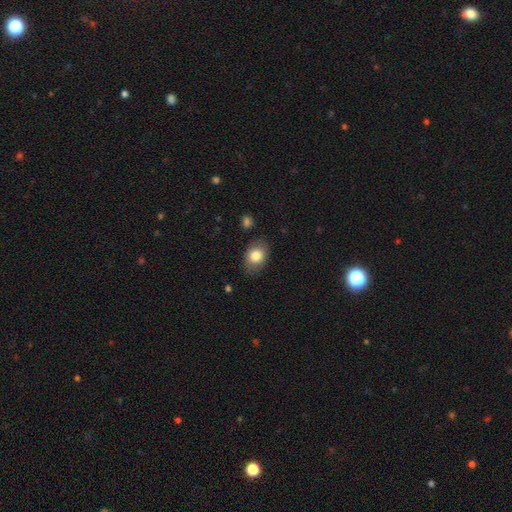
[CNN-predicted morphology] smooth_or_featured: smooth (p=0.82) [alt: featured or disk p=0.11]
how_rounded: in between (p=0.76) [alt: round p=0.23]
merging: none (p=0.80) [alt: minor disturbance p=0.14]